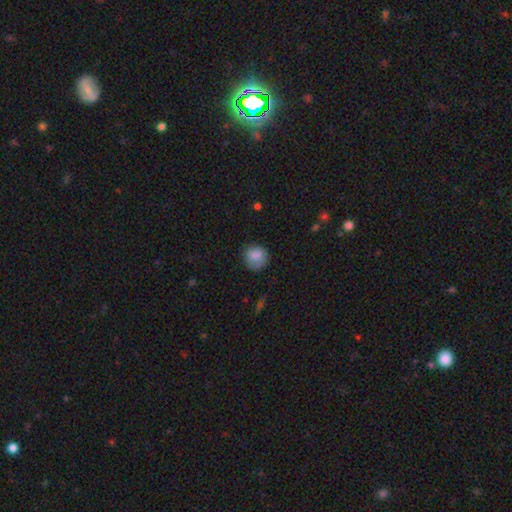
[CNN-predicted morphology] smooth_or_featured: smooth (p=0.82) [alt: featured or disk p=0.09]
how_rounded: round (p=0.80) [alt: in between p=0.18]
merging: none (p=0.70) [alt: minor disturbance p=0.21]